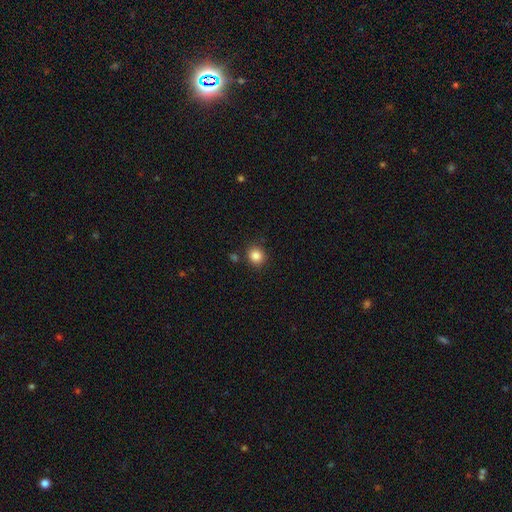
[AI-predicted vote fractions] Smooth or featured? Predicted: smooth (p=0.86). How rounded? Predicted: round (p=0.85). Merging? Predicted: none (p=0.86).